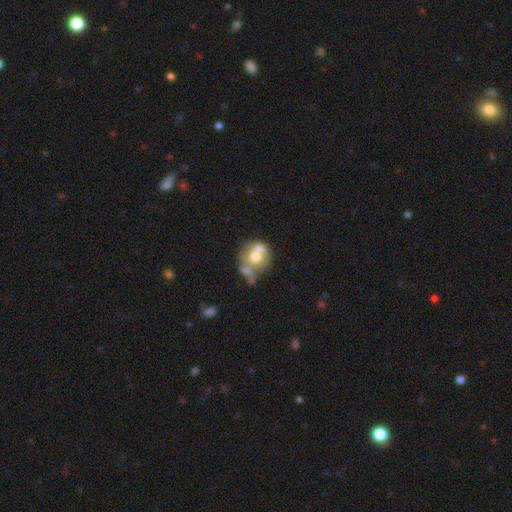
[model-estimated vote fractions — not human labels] The model was most divided on "smooth or featured": smooth: 50%, featured or disk: 41%, star or artifact: 9%. More confident: how rounded — round (69%); merging — merger (52%).